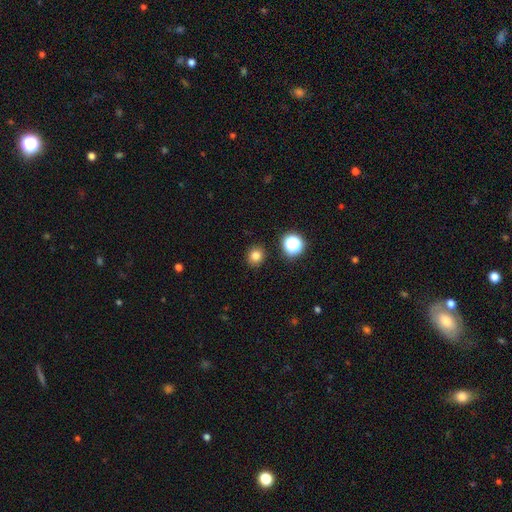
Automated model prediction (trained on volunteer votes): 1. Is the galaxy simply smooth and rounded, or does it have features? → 79% smooth, 15% star or artifact, 6% featured or disk.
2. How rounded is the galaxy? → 77% round, 22% in between, 1% cigar-shaped.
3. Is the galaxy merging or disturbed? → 90% none, 7% minor disturbance, 2% major disturbance, 2% merger.